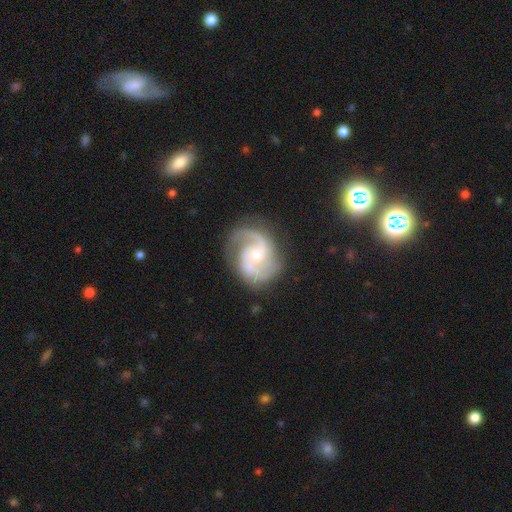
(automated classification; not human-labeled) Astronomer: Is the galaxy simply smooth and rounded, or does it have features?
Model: featured or disk — 89%.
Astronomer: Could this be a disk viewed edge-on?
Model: no — 98%.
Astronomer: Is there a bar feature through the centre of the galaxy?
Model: no — 52% (runner-up: weak, 41%).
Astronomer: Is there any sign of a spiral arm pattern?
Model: yes — 98%.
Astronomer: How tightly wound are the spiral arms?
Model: medium — 59%.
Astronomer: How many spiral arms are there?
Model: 2 — 86%.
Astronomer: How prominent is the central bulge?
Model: small — 48% (runner-up: moderate, 45%).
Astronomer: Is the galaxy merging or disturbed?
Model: none — 78%.